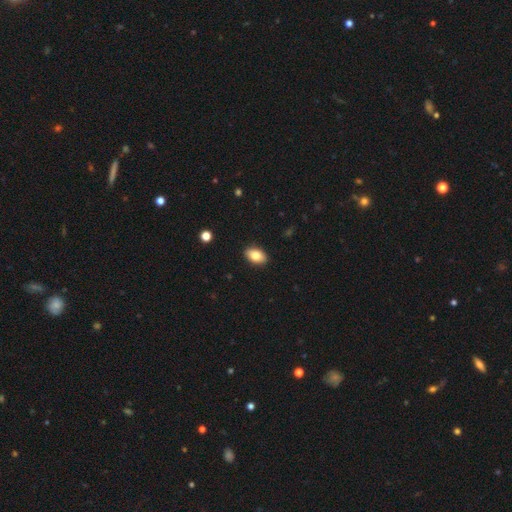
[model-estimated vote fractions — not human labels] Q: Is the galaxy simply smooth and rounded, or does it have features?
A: smooth — 82%.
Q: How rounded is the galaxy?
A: in between — 91%.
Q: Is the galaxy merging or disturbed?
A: none — 89%.